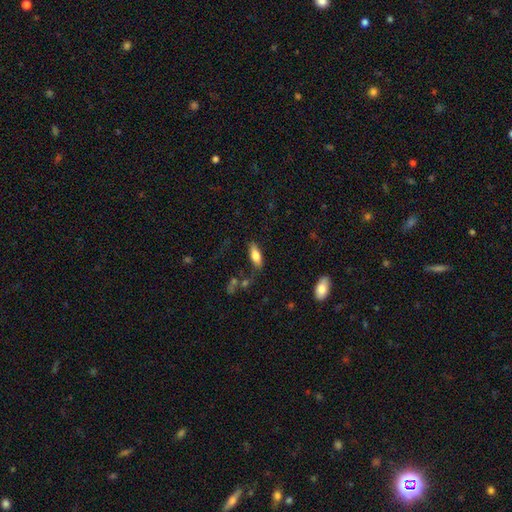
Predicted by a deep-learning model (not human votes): Overall: smooth (75%). How rounded: in between (74%). Merging: none (74%).